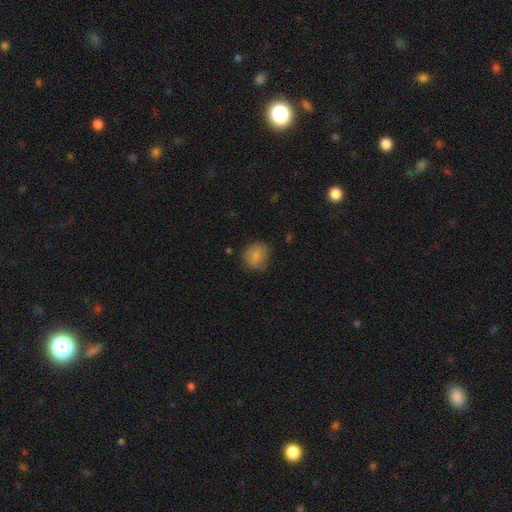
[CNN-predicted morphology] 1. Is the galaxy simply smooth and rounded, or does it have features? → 82% smooth, 9% featured or disk, 9% star or artifact.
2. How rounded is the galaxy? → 79% round, 20% in between, 1% cigar-shaped.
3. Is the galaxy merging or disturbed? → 74% none, 19% minor disturbance, 5% major disturbance, 2% merger.